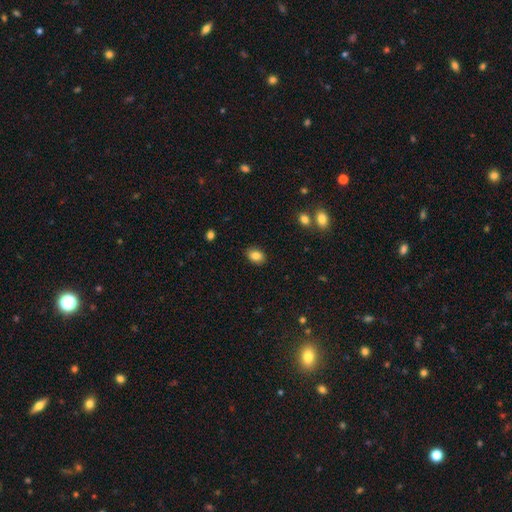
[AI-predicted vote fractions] The model was most divided on "how rounded": in between: 75%, round: 24%, cigar-shaped: 1%. More confident: merging — none (88%); smooth or featured — smooth (84%).